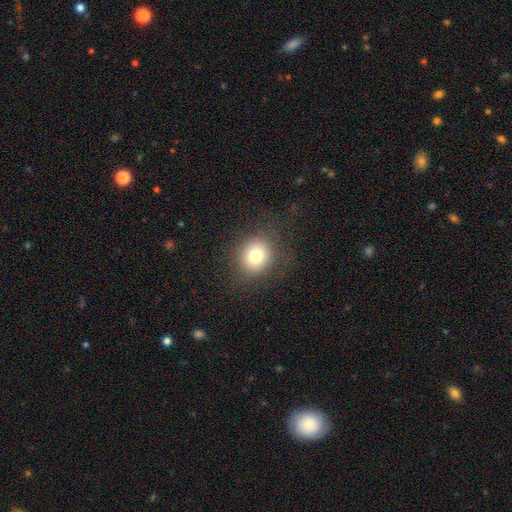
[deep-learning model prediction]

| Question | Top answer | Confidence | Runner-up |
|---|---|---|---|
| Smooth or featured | smooth | 77% | star or artifact (13%) |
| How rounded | round | 81% | in between (18%) |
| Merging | none | 83% | minor disturbance (10%) |